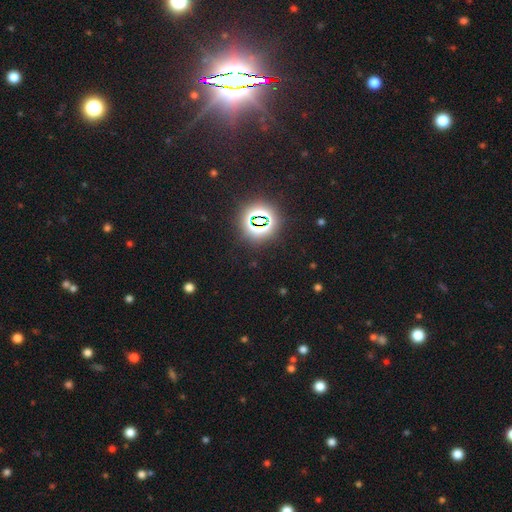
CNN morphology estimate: A star or artifact, not a galaxy (82%).